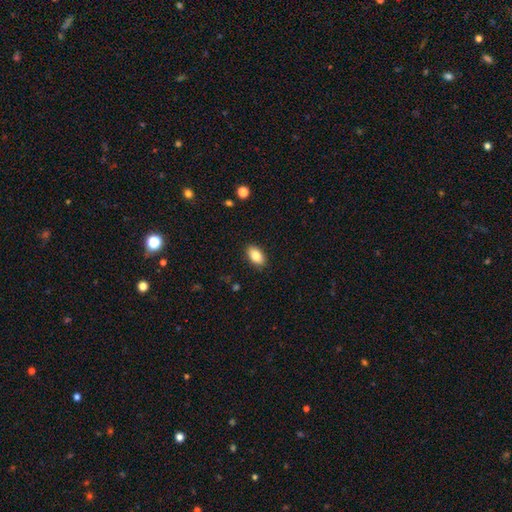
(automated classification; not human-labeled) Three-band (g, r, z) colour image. It shows a smooth galaxy with no disk features (84%) that is in between round and cigar-shaped (91%). Merging: none (89%).